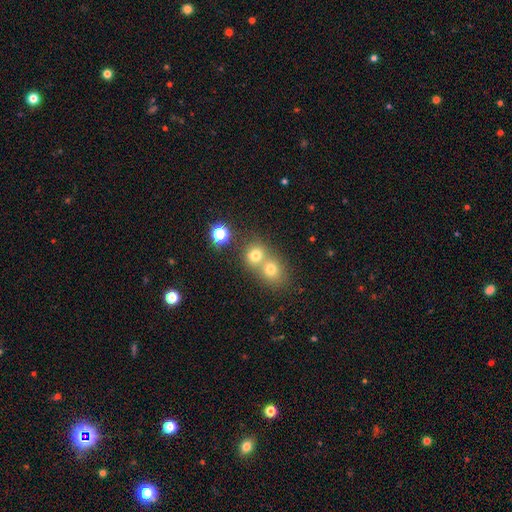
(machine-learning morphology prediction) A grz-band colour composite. It shows a smooth galaxy with no disk features (72%) that is round (79%). Merging: merger (52%).